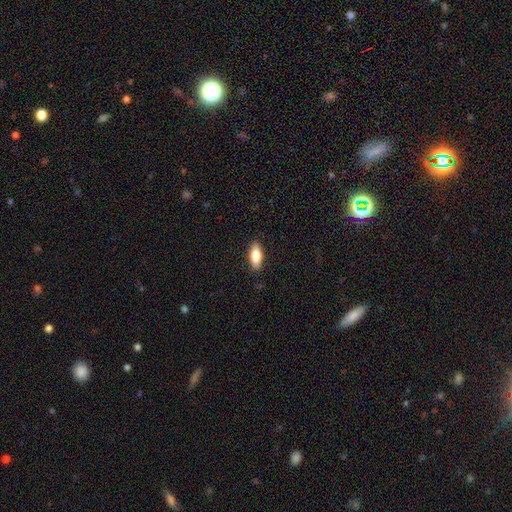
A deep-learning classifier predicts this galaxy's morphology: Smooth or featured? Predicted: smooth (p=0.76). How rounded? Predicted: in between (p=0.77). Merging? Predicted: none (p=0.89).